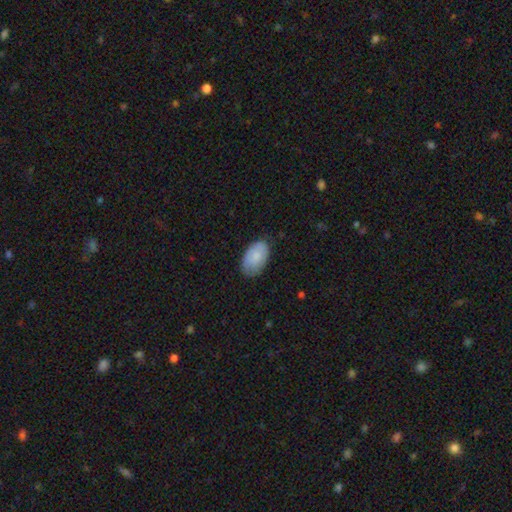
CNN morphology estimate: This is clearly a smooth galaxy (82%). How rounded: clearly in between (94%). Merging: likely none (74%).